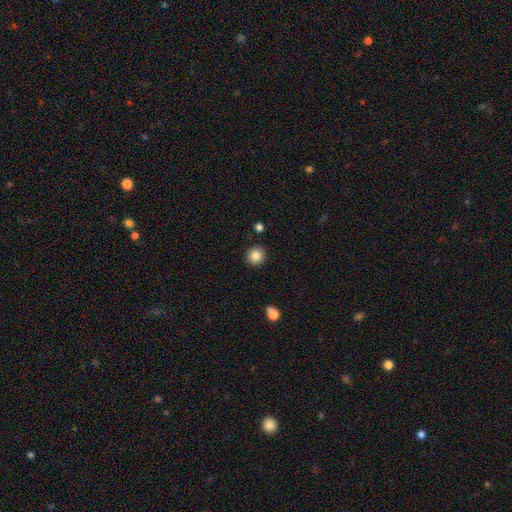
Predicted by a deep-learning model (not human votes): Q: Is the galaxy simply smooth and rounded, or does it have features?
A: smooth — 84%.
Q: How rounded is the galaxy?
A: round — 91%.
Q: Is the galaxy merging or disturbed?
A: none — 91%.